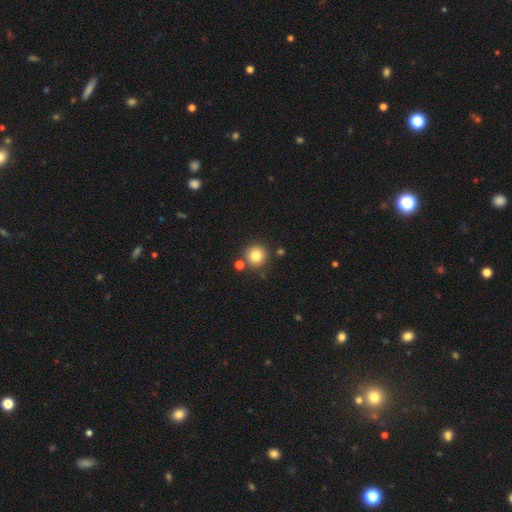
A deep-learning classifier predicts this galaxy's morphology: Overall: smooth (82%). How rounded: round (93%). Merging: none (79%).